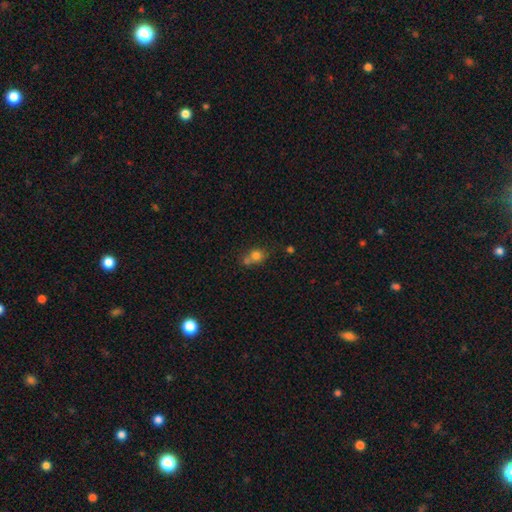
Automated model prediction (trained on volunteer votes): A smooth galaxy with no disk features (75%) that is round (65%).

Vote fractions:
- Smooth or featured? smooth: 75% / star or artifact: 13% / featured or disk: 12%
- How rounded? round: 65% / in between: 33% / cigar-shaped: 1%
- Merging? merger: 43% / none: 39% / minor disturbance: 13% / major disturbance: 5%